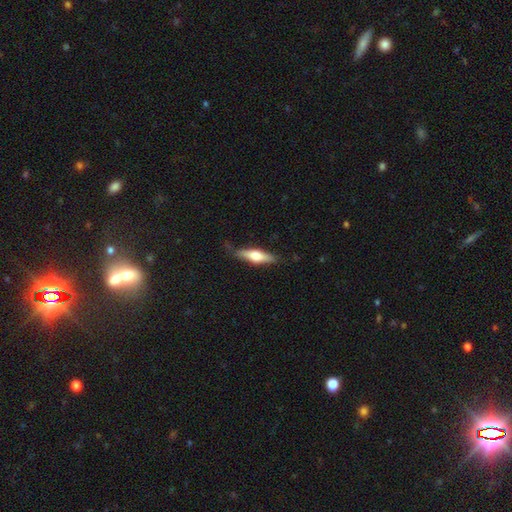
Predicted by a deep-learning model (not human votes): This is possibly a smooth galaxy (48%). Merging: likely none (78%).